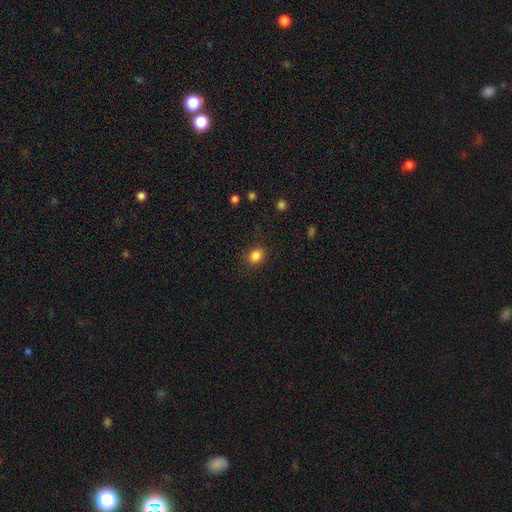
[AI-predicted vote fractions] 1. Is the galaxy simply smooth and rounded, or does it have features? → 85% smooth, 11% star or artifact, 4% featured or disk.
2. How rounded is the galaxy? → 63% round, 36% in between, 1% cigar-shaped.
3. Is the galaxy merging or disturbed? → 86% none, 9% minor disturbance, 3% major disturbance, 1% merger.